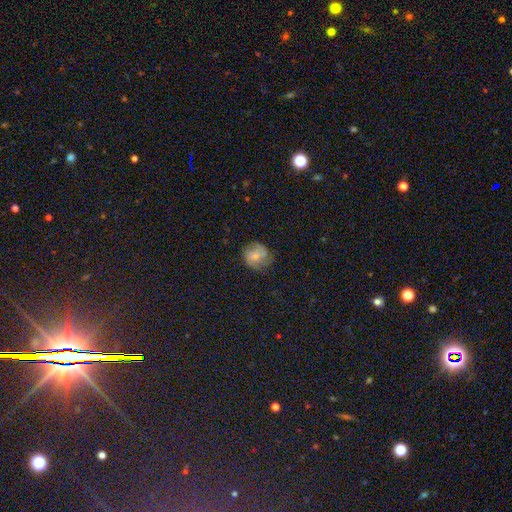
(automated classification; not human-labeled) Overall: smooth (50%; featured or disk 41%). Merging: none (70%).